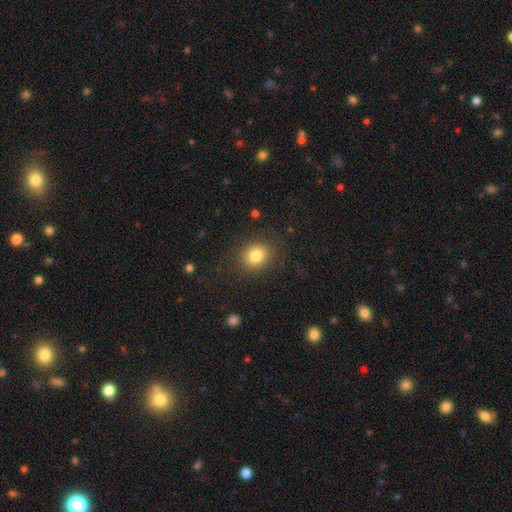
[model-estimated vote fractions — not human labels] Q: Smooth or featured?
A: smooth (82%); runner-up: star or artifact (11%)
Q: How rounded?
A: round (72%); runner-up: in between (27%)
Q: Merging?
A: none (85%); runner-up: minor disturbance (9%)